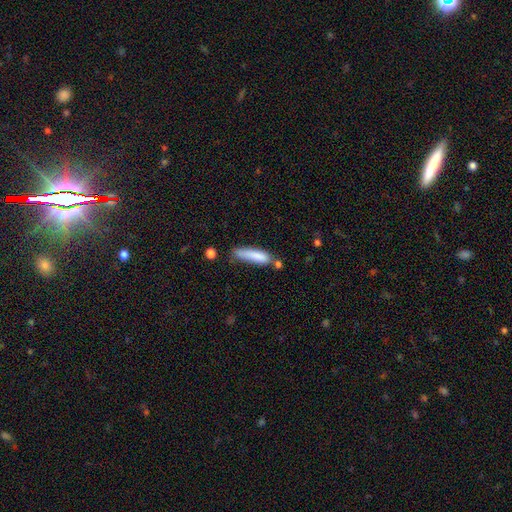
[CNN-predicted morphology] The model was most divided on "merging": none: 49%, minor disturbance: 27%, merger: 15%, major disturbance: 9%. More confident: smooth or featured — smooth (81%); how rounded — cigar-shaped (77%).